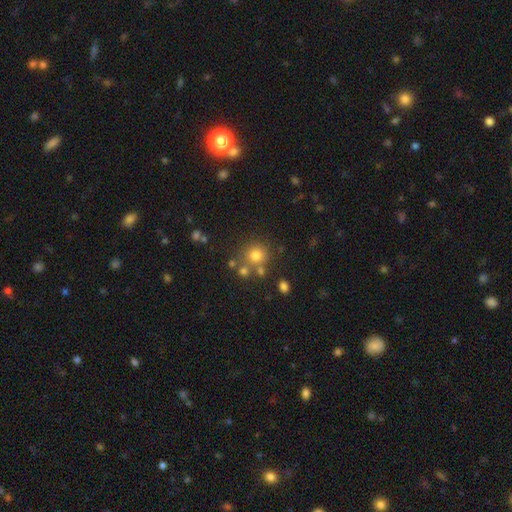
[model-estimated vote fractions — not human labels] The model was most divided on "merging": none: 67%, merger: 18%, minor disturbance: 10%, major disturbance: 5%. More confident: how rounded — round (88%); smooth or featured — smooth (73%).